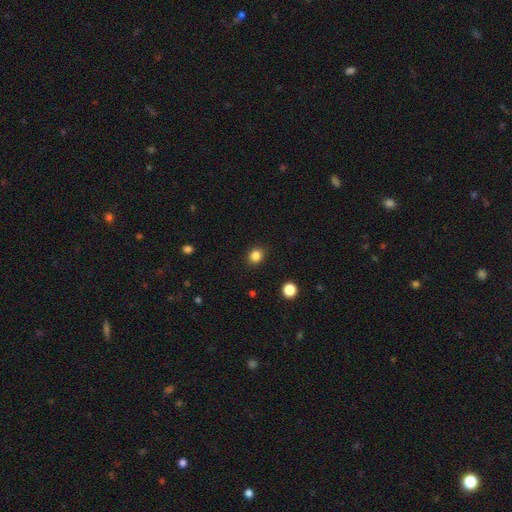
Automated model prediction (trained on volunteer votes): smooth-or-featured: smooth: 85% | star or artifact: 12% | featured or disk: 4%
  how-rounded: round: 73% | in between: 27% | cigar-shaped: 1%
  merging: none: 90% | minor disturbance: 7% | major disturbance: 2% | merger: 1%